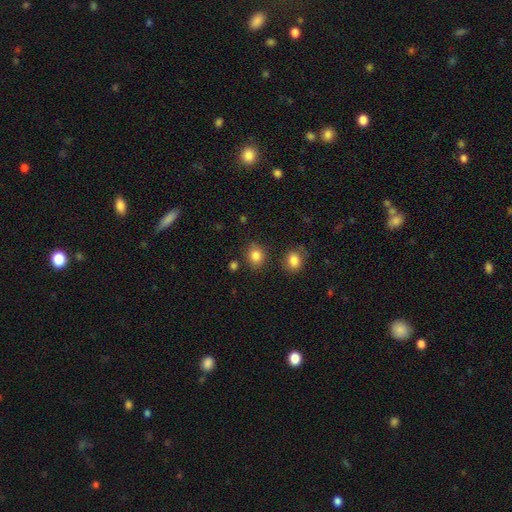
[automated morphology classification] Overall: smooth (84%). How rounded: round (61%; in between 38%). Merging: none (80%).